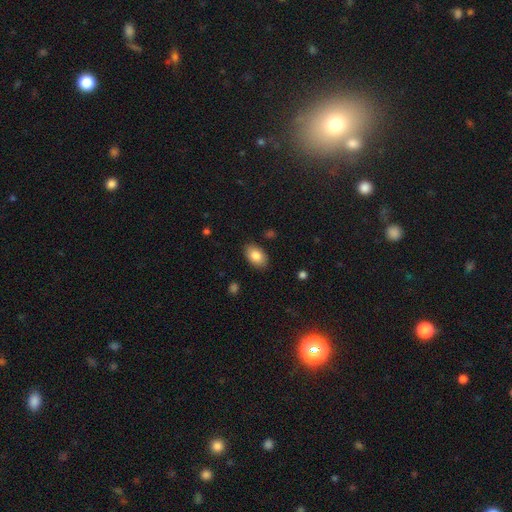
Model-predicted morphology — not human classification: This is clearly a smooth galaxy (85%). How rounded: clearly in between (91%). Merging: clearly none (87%).